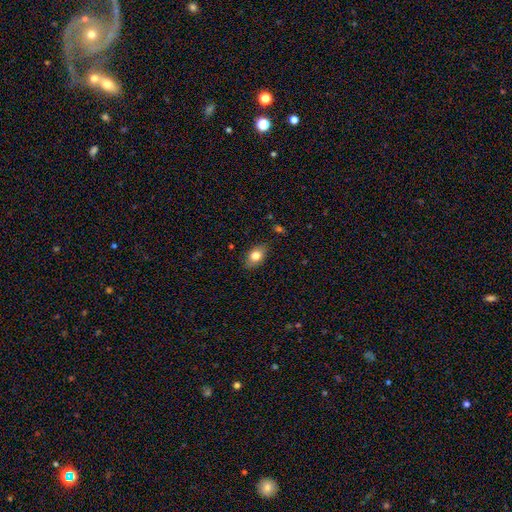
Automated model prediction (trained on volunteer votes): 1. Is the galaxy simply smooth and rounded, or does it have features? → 79% smooth, 13% featured or disk, 8% star or artifact.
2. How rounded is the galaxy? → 85% in between, 13% round, 2% cigar-shaped.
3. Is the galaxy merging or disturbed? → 83% none, 13% minor disturbance, 3% major disturbance, 1% merger.